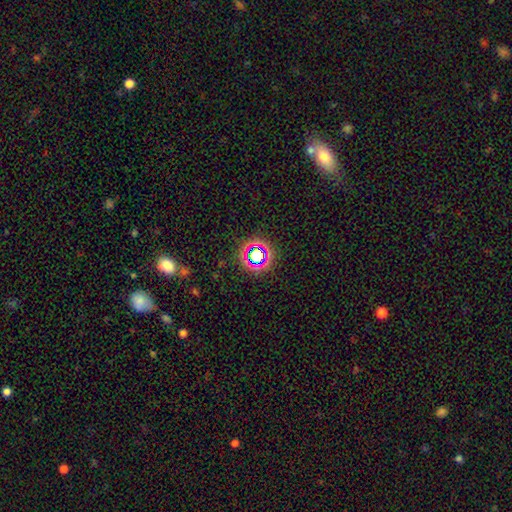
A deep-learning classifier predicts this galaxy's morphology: The model was most divided on "smooth or featured": star or artifact: 60%, smooth: 28%, featured or disk: 12%.